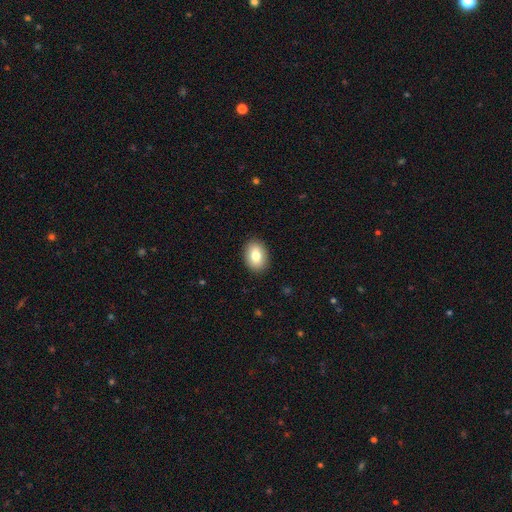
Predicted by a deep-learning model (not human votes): Overall: smooth (81%). How rounded: in between (80%). Merging: none (90%).